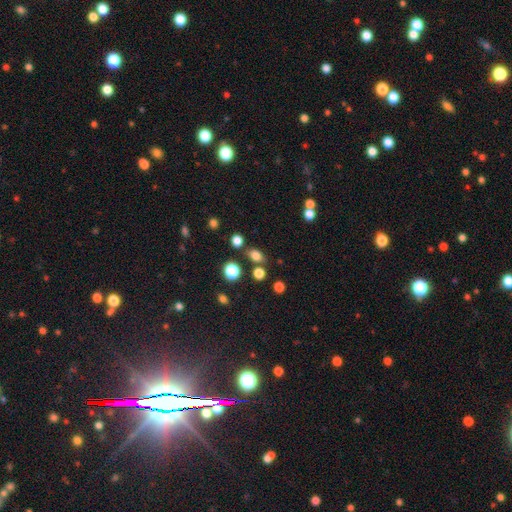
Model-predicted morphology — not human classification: Smooth or featured?
  - smooth: 78% *
  - star or artifact: 15%
  - featured or disk: 7%
How rounded?
  - in between: 66% *
  - round: 31%
  - cigar-shaped: 2%
Merging?
  - none: 75% *
  - minor disturbance: 12%
  - merger: 9%
  - major disturbance: 4%